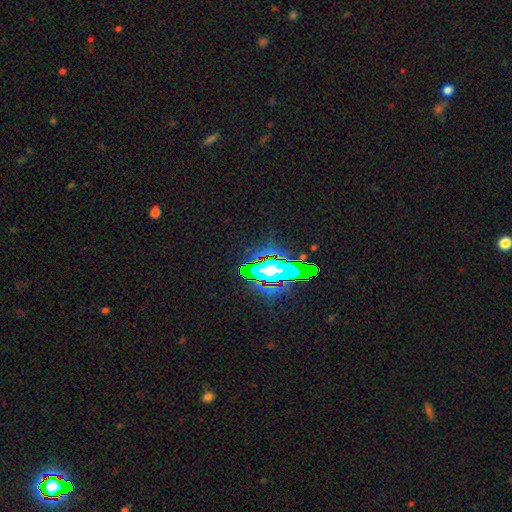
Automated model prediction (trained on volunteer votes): Smooth or featured: star or artifact — 76% (smooth — 13%)